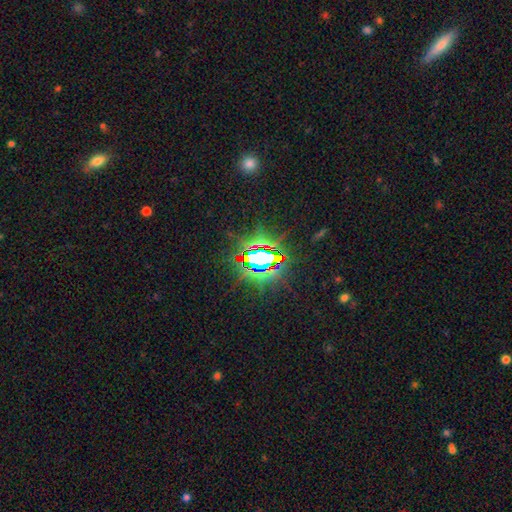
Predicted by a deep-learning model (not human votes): Smooth or featured: star or artifact — 80% (smooth — 11%)